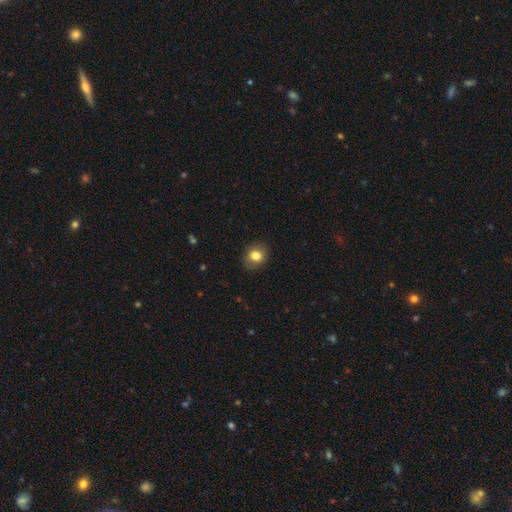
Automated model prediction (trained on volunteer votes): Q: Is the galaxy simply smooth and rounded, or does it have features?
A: smooth — 81%.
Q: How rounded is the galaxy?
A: round — 61%.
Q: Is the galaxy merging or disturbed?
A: none — 86%.